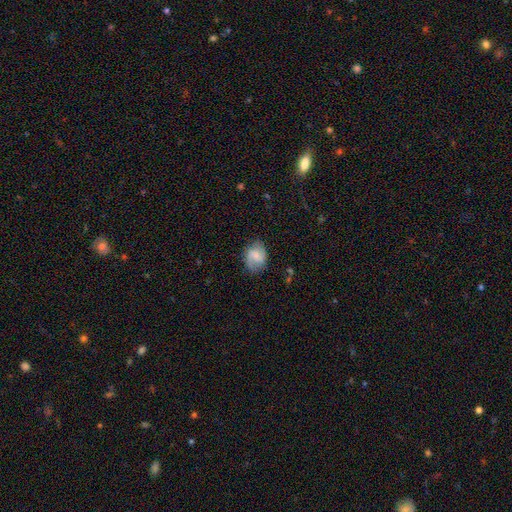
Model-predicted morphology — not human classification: type=featured or disk (60%); edge-on=no (97%); bar=weak (50%); spiral arms=yes (91%); winding=medium (47%); arm count=2 (80%); bulge=small (43%); merging=none (73%).